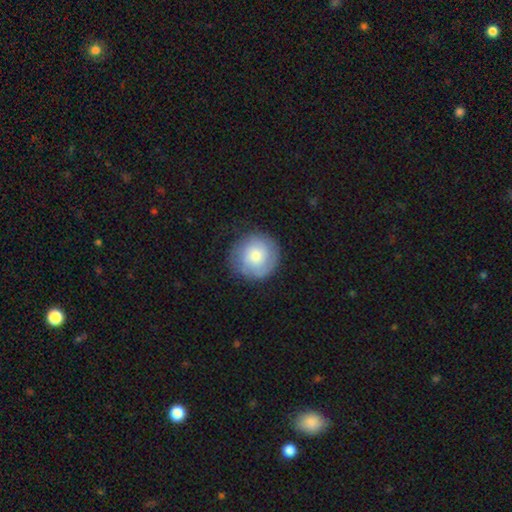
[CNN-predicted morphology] This appears to be a smooth galaxy with no disk features (66%) that is round (93%). Merging: none (82%).